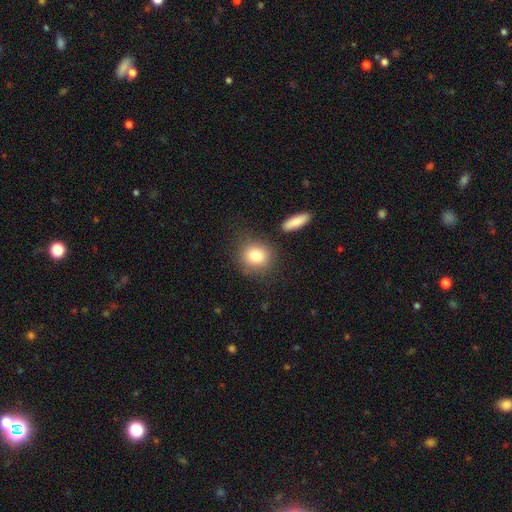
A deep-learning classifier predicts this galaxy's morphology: smooth-or-featured: smooth: 81% | featured or disk: 10% | star or artifact: 9%
  how-rounded: round: 81% | in between: 17% | cigar-shaped: 1%
  merging: none: 79% | minor disturbance: 11% | merger: 6% | major disturbance: 4%